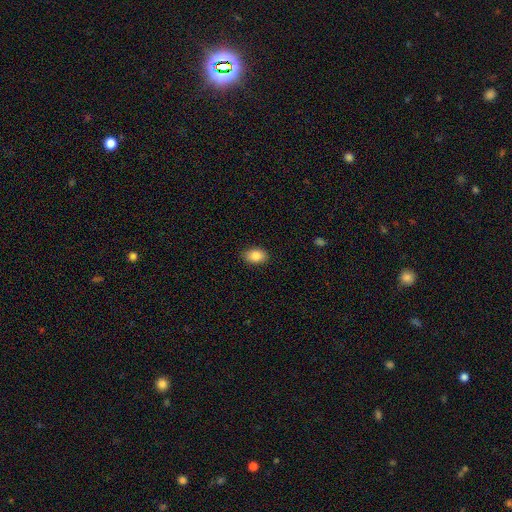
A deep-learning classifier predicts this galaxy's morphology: A smooth galaxy with no disk features (87%) that is in between round and cigar-shaped (87%). Merging: none (88%).